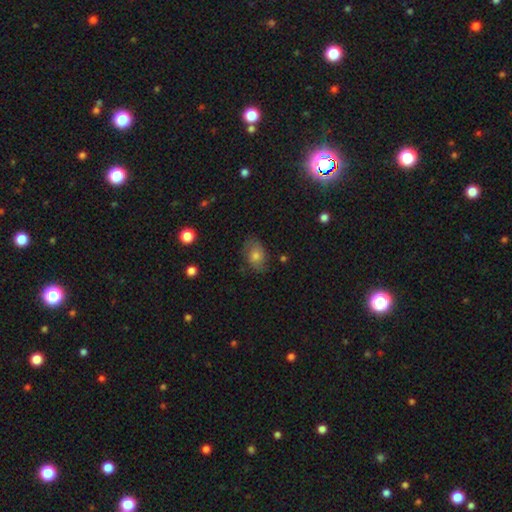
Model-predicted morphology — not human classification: Smooth or featured? Predicted: smooth (p=0.58). How rounded? Predicted: in between (p=0.76). Merging? Predicted: none (p=0.73).